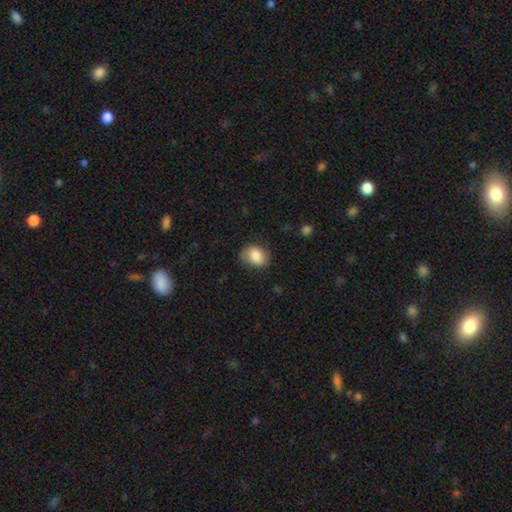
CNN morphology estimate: A smooth galaxy with no disk features (80%) that is in between round and cigar-shaped (60%).

Vote fractions:
- Smooth or featured? smooth: 80% / featured or disk: 13% / star or artifact: 7%
- How rounded? in between: 60% / round: 39% / cigar-shaped: 1%
- Merging? none: 74% / minor disturbance: 19% / major disturbance: 5% / merger: 1%